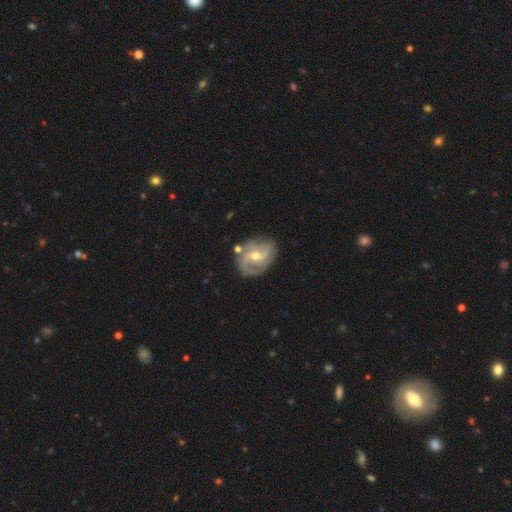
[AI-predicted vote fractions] Q: Smooth or featured?
A: featured or disk (85%); runner-up: smooth (10%)
Q: Edge-on disk?
A: no (97%); runner-up: yes (3%)
Q: Bar?
A: weak (47%); runner-up: no (38%)
Q: Spiral arms?
A: yes (94%); runner-up: no (6%)
Q: Spiral winding?
A: medium (48%); runner-up: tight (30%)
Q: Spiral arm count?
A: 2 (60%); runner-up: 3 (19%)
Q: Bulge size?
A: moderate (63%); runner-up: small (33%)
Q: Merging?
A: none (70%); runner-up: minor disturbance (19%)